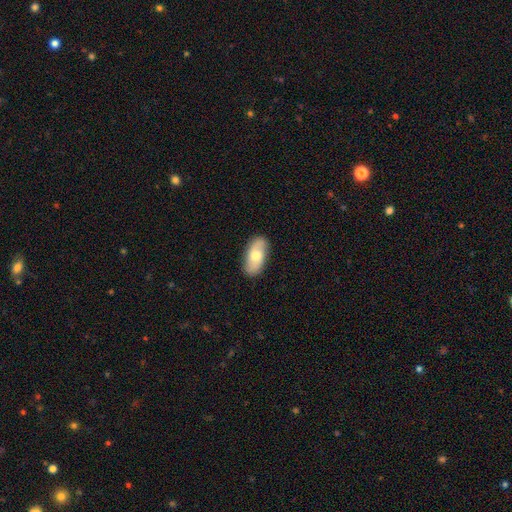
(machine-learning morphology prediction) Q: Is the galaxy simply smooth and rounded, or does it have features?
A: smooth — 60%.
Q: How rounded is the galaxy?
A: in between — 90%.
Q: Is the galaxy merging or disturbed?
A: none — 86%.